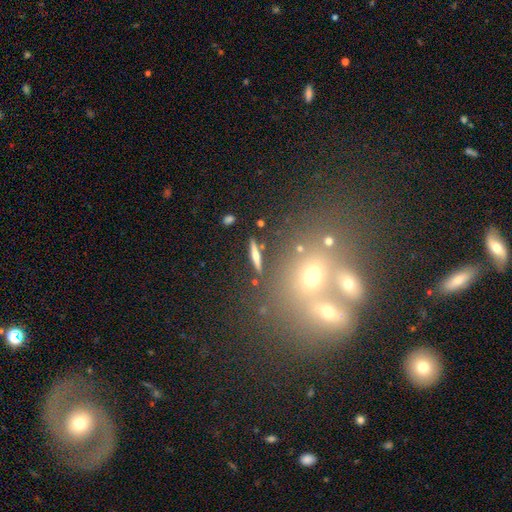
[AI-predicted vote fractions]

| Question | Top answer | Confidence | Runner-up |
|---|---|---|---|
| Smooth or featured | smooth | 48% | featured or disk (41%) |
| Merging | none | 86% | minor disturbance (8%) |